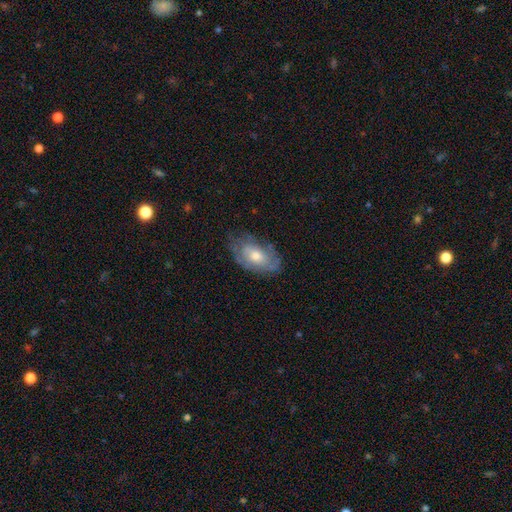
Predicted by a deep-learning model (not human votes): smooth-or-featured: featured or disk: 54% | smooth: 39% | star or artifact: 7%
  disk-edge-on: no: 91% | yes: 9%
  merging: none: 63% | minor disturbance: 26% | major disturbance: 10% | merger: 1%